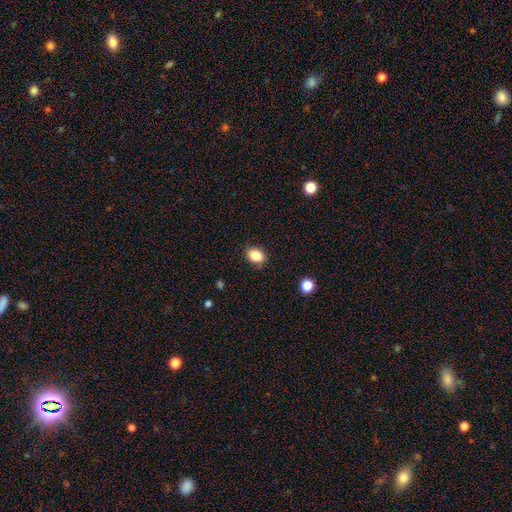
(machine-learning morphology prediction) Smooth or featured? smooth (86%)
How rounded? in between (69%)
Merging? none (84%)